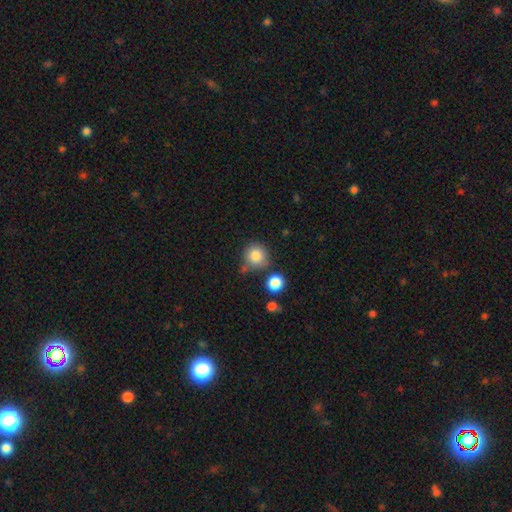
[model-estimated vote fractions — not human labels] Q: Smooth or featured?
A: smooth (84%); runner-up: star or artifact (10%)
Q: How rounded?
A: round (90%); runner-up: in between (9%)
Q: Merging?
A: none (66%); runner-up: minor disturbance (17%)